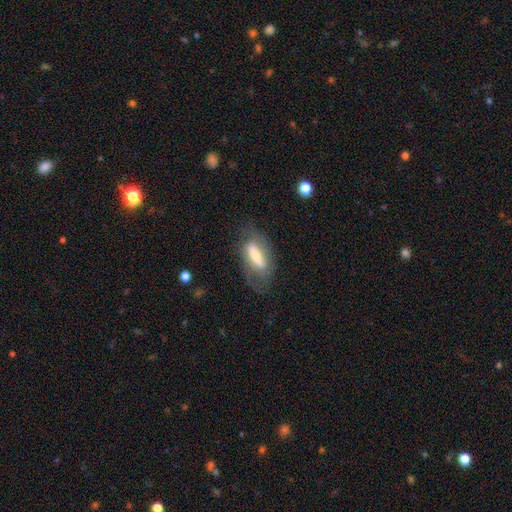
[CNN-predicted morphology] Overall: featured or disk (49%; smooth 44%). Merging: none (63%).